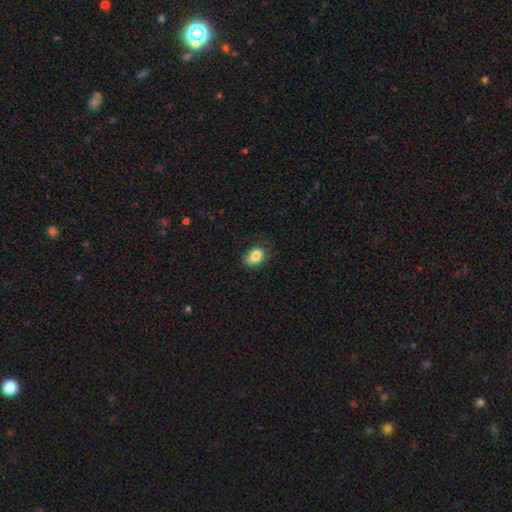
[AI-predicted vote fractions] The model was most divided on "how rounded": in between: 65%, round: 34%, cigar-shaped: 1%. More confident: smooth or featured — smooth (85%); merging — none (69%).